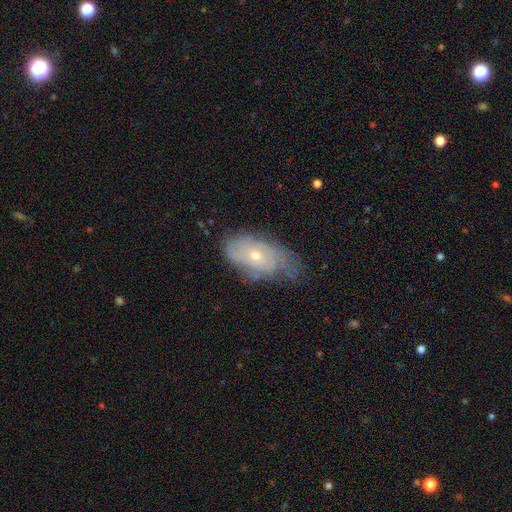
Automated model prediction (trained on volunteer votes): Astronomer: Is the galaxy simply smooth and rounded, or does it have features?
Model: featured or disk — 61%.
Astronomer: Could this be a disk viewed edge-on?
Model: no — 91%.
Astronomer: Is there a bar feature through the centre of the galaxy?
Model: no — 79%.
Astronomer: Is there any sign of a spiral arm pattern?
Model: yes — 71%.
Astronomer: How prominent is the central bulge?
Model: small — 52% (runner-up: moderate, 45%).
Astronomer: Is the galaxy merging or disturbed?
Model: none — 45% (runner-up: minor disturbance, 36%).